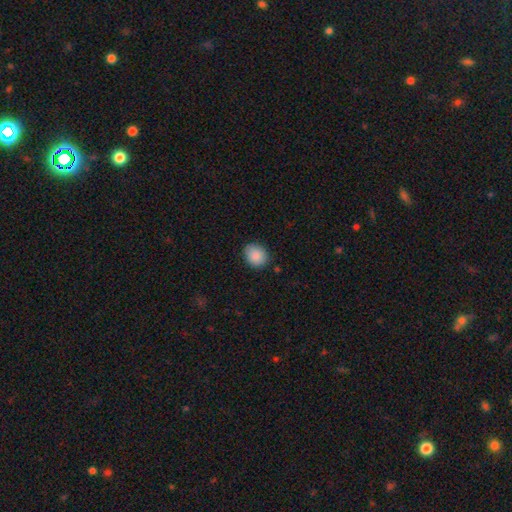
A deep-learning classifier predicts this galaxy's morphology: Smooth or featured? Predicted: smooth (p=0.89). How rounded? Predicted: round (p=0.58). Merging? Predicted: none (p=0.84).